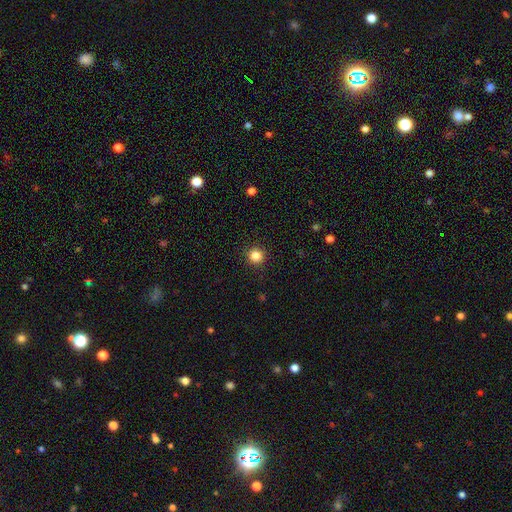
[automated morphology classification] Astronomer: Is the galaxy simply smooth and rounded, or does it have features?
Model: smooth — 85%.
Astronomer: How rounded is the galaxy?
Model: round — 94%.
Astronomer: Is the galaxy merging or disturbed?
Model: none — 92%.